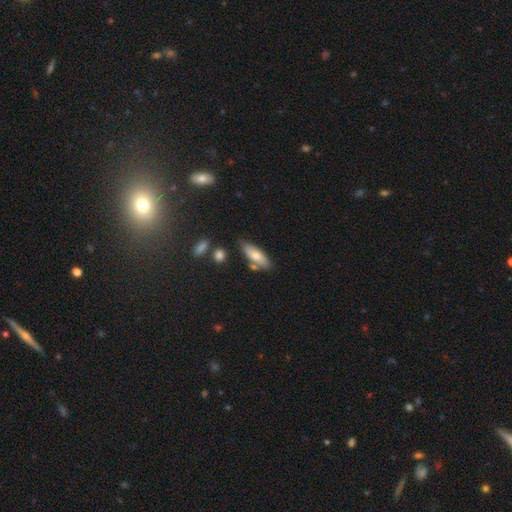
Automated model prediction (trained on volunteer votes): Smooth or featured?
  - smooth: 70% *
  - featured or disk: 23%
  - star or artifact: 7%
How rounded?
  - in between: 65% *
  - cigar-shaped: 33%
  - round: 2%
Merging?
  - none: 68% *
  - minor disturbance: 18%
  - merger: 10%
  - major disturbance: 4%